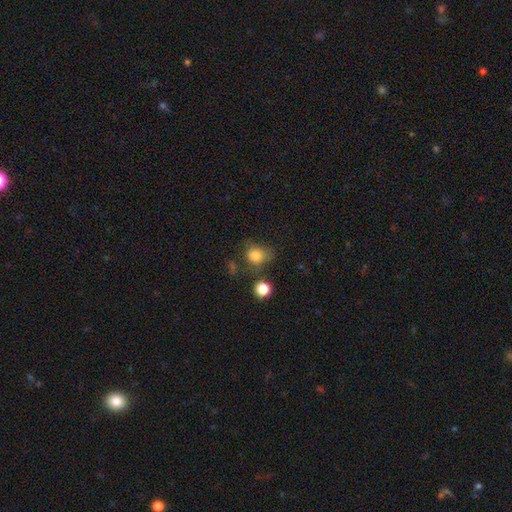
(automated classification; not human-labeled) smooth_or_featured: smooth (p=0.80) [alt: star or artifact p=0.12]
how_rounded: round (p=0.65) [alt: in between p=0.34]
merging: none (p=0.57) [alt: minor disturbance p=0.23]